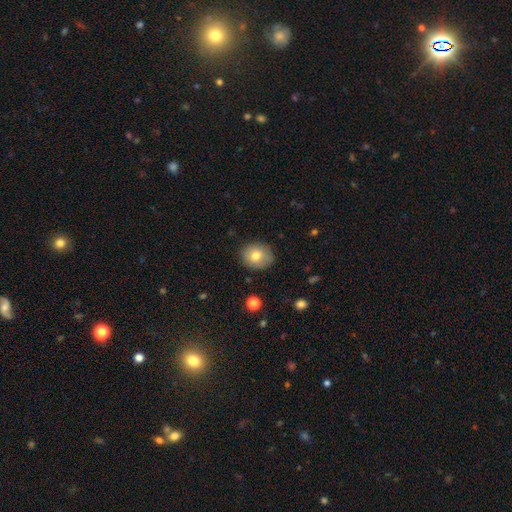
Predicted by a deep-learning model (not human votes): A smooth galaxy with no disk features (77%) that is round (62%). Merging: none (82%).